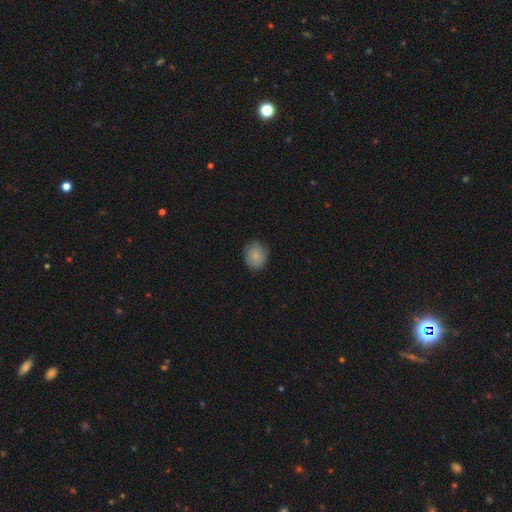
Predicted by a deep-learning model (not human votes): Morphology: type=smooth (82%); roundness=round (59%); merging=none (81%).